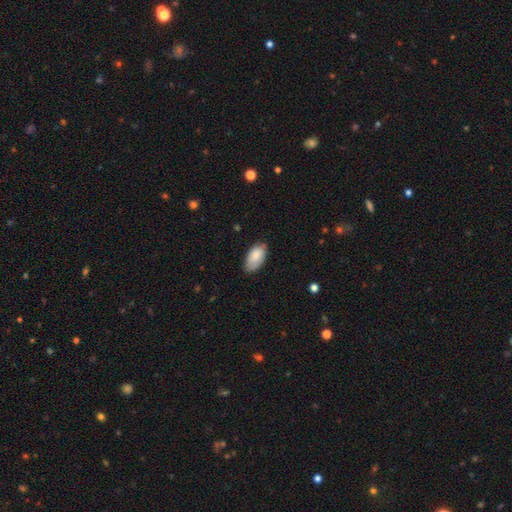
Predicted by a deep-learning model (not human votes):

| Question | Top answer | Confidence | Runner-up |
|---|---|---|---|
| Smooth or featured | smooth | 84% | featured or disk (10%) |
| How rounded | in between | 95% | round (3%) |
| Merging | none | 72% | minor disturbance (23%) |